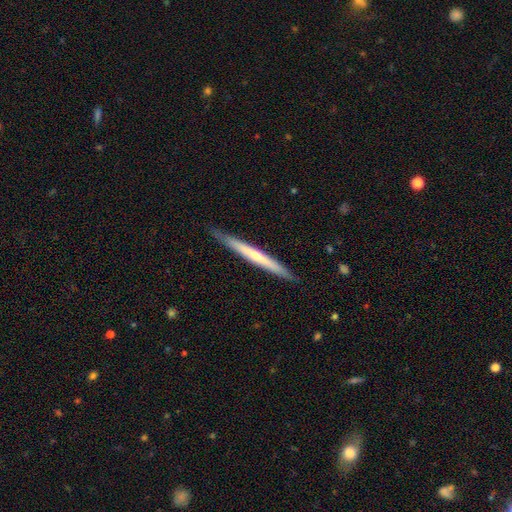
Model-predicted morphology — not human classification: type=featured or disk (57%); edge-on=yes (96%); edge-on bulge=none (54%); merging=none (89%).